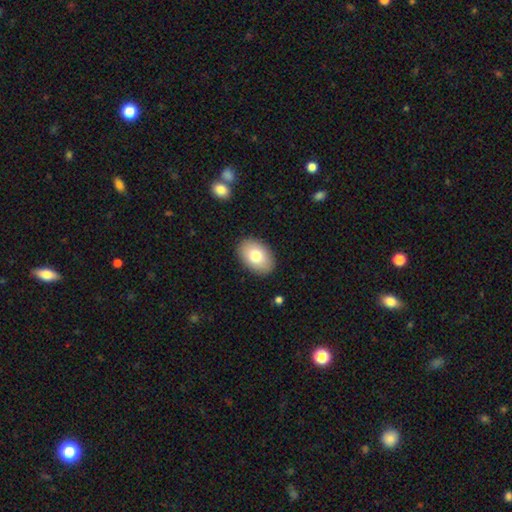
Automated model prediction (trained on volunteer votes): Q: Smooth or featured?
A: smooth (78%); runner-up: featured or disk (15%)
Q: How rounded?
A: in between (88%); runner-up: round (11%)
Q: Merging?
A: none (89%); runner-up: minor disturbance (8%)